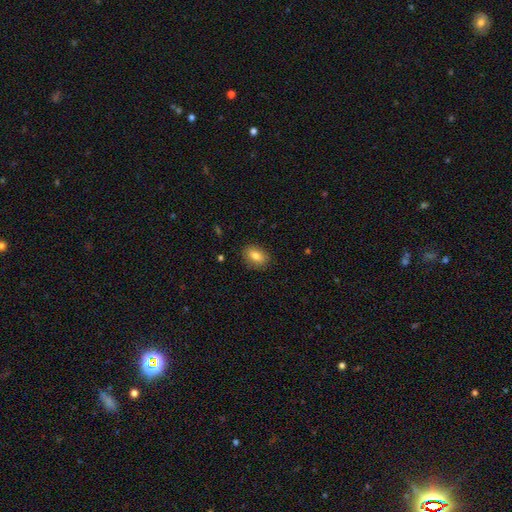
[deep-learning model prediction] smooth_or_featured: smooth (p=0.81) [alt: featured or disk p=0.11]
how_rounded: in between (p=0.83) [alt: round p=0.15]
merging: none (p=0.86) [alt: minor disturbance p=0.10]